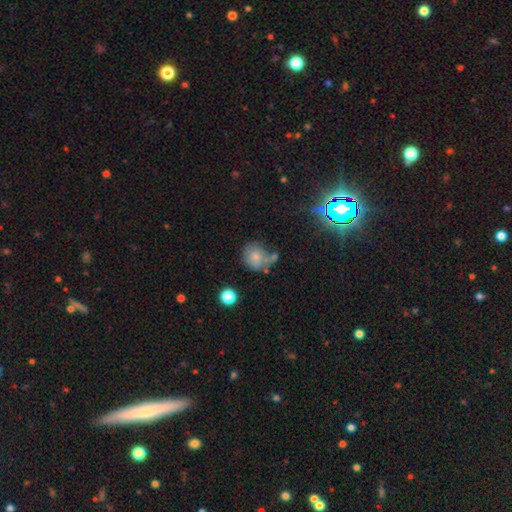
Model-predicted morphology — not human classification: Smooth or featured?
  - smooth: 52% *
  - star or artifact: 28%
  - featured or disk: 20%
How rounded?
  - round: 80% *
  - in between: 19%
  - cigar-shaped: 1%
Merging?
  - none: 55% *
  - minor disturbance: 21%
  - merger: 16%
  - major disturbance: 8%